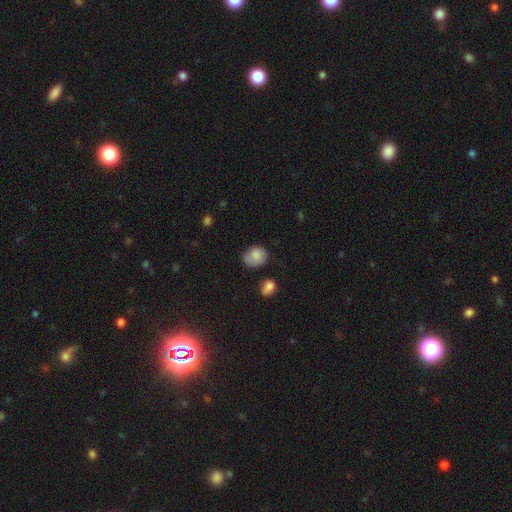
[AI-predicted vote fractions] This appears to be a smooth galaxy with no disk features (80%) that is round (56%). Merging: none (55%).